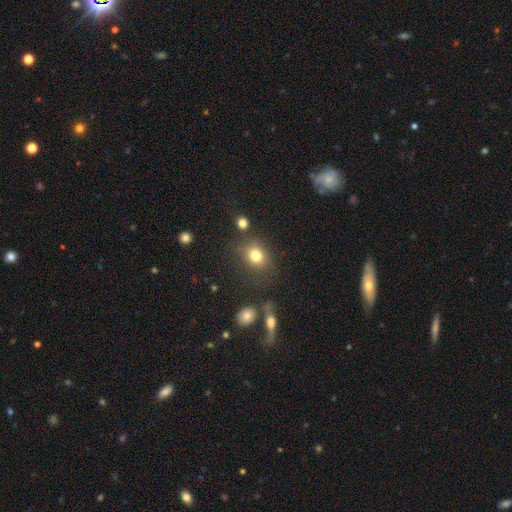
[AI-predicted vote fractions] A smooth galaxy with no disk features (79%) that is round (62%).

Vote fractions:
- Smooth or featured? smooth: 79% / star or artifact: 13% / featured or disk: 8%
- How rounded? round: 62% / in between: 37% / cigar-shaped: 1%
- Merging? none: 75% / minor disturbance: 13% / major disturbance: 6% / merger: 6%